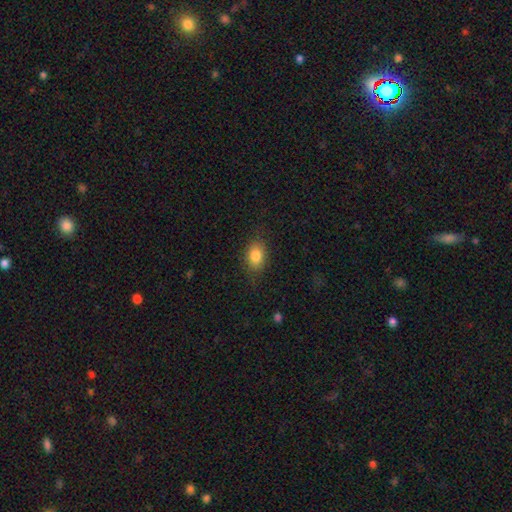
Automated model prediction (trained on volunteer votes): The model was most divided on "how rounded": in between: 76%, round: 23%, cigar-shaped: 2%. More confident: smooth or featured — smooth (83%); merging — none (81%).